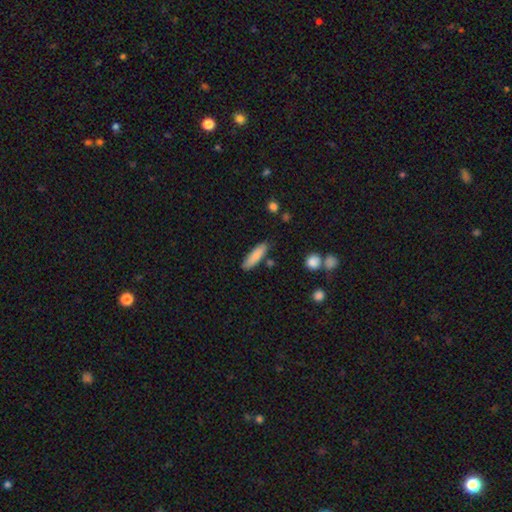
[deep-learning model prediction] Smooth or featured? Predicted: smooth (p=0.83). How rounded? Predicted: cigar-shaped (p=0.65). Merging? Predicted: none (p=0.82).